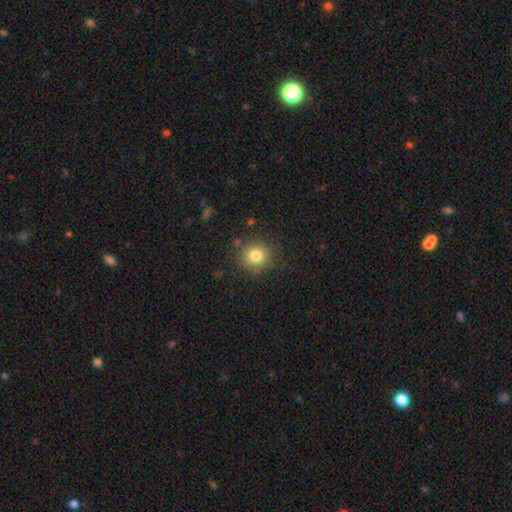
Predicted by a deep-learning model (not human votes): Smooth or featured? smooth (80%)
How rounded? round (89%)
Merging? none (85%)